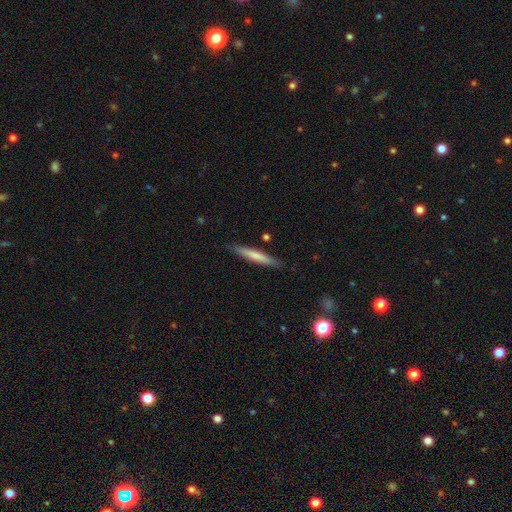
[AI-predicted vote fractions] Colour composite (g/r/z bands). It shows a smooth galaxy with no disk features (68%) that is cigar-shaped (94%). Merging: none (87%).